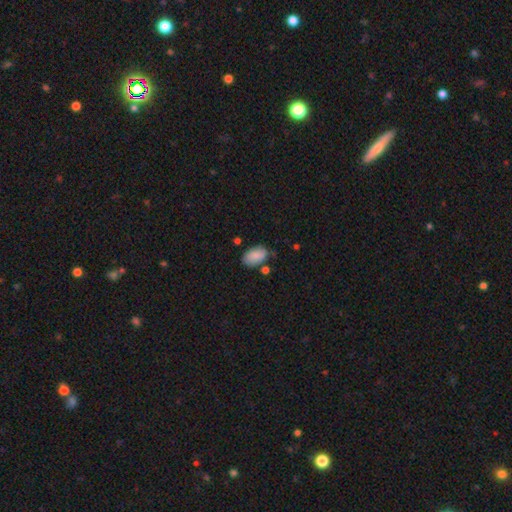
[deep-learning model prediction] smooth-or-featured: smooth: 84% | featured or disk: 9% | star or artifact: 7%
  how-rounded: in between: 93% | round: 6% | cigar-shaped: 1%
  merging: none: 69% | minor disturbance: 21% | merger: 6% | major disturbance: 4%